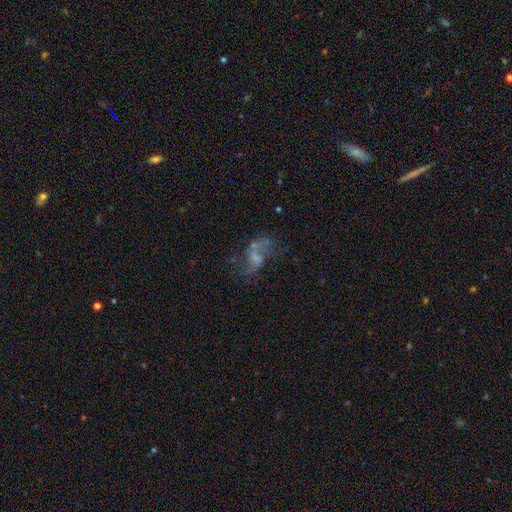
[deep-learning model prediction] This is likely a featured or disk galaxy (68%). It is clearly not viewed edge-on (96%). Bar: possibly no (48%). Spiral arm pattern: likely yes (72%). Central bulge: marginally small (37%). Merging: possibly none (45%).